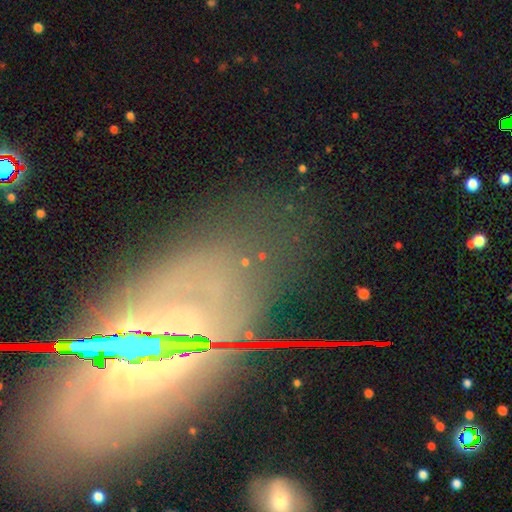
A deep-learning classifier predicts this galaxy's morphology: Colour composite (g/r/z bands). It shows a featured or disk galaxy (55%). Merging: none (72%).